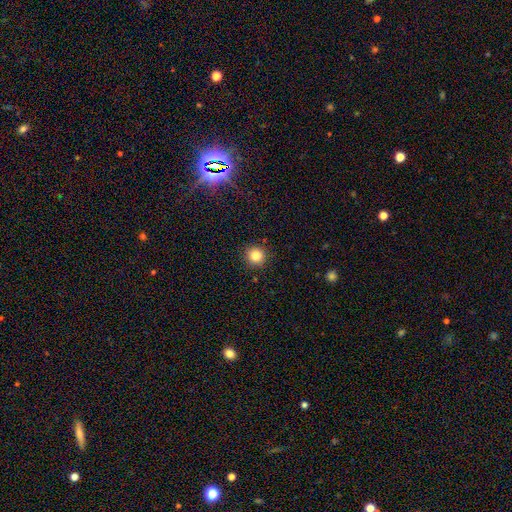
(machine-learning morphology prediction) Q: Smooth or featured?
A: smooth (83%); runner-up: star or artifact (12%)
Q: How rounded?
A: round (94%); runner-up: in between (5%)
Q: Merging?
A: none (91%); runner-up: minor disturbance (6%)